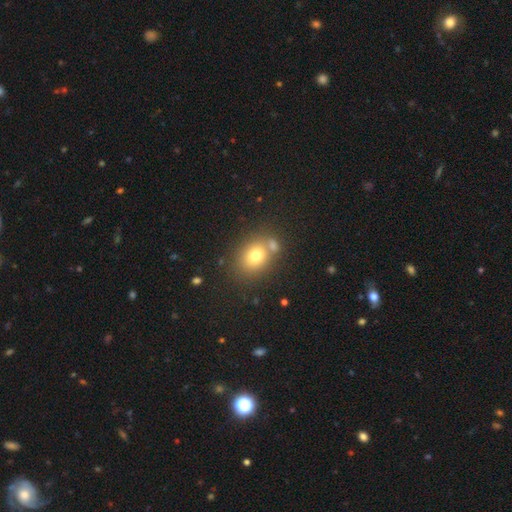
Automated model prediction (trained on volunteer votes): Overall: smooth (75%). How rounded: in between (56%; round 43%). Merging: none (61%; merger 22%).